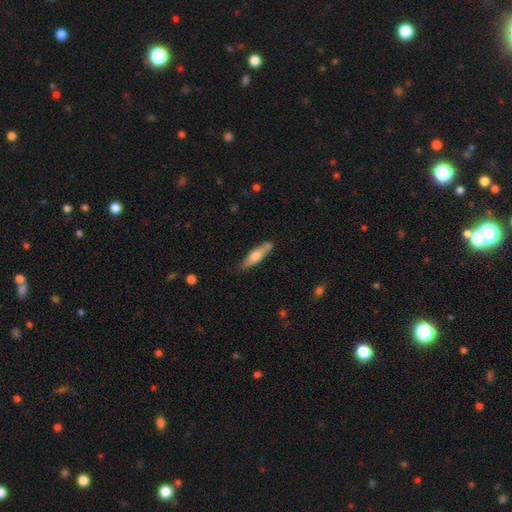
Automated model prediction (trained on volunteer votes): Smooth or featured?
  - smooth: 55% *
  - featured or disk: 40%
  - star or artifact: 6%
How rounded?
  - cigar-shaped: 74% *
  - in between: 24%
  - round: 2%
Merging?
  - none: 80% *
  - minor disturbance: 15%
  - merger: 3%
  - major disturbance: 3%